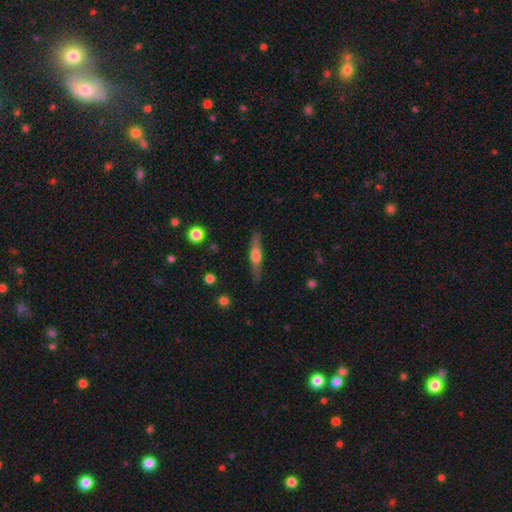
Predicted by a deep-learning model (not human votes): Smooth or featured?
  - featured or disk: 57% *
  - smooth: 37%
  - star or artifact: 6%
Edge-on disk?
  - yes: 94% *
  - no: 6%
Edge-on bulge?
  - rounded: 82% *
  - boxy: 11%
  - none: 7%
Merging?
  - none: 85% *
  - minor disturbance: 11%
  - major disturbance: 3%
  - merger: 2%